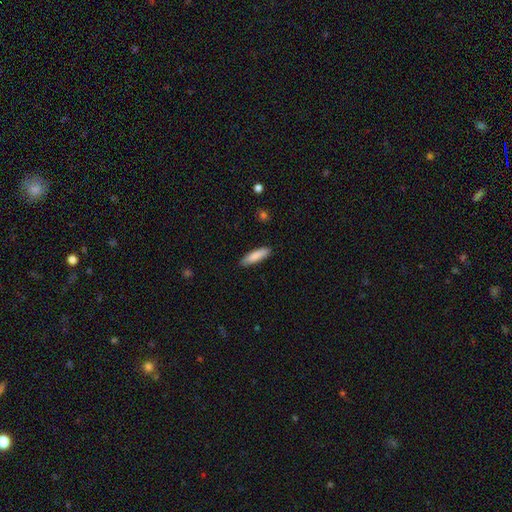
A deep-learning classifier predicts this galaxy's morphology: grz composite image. It shows a smooth galaxy with no disk features (85%) that is cigar-shaped (67%). Merging: none (88%).